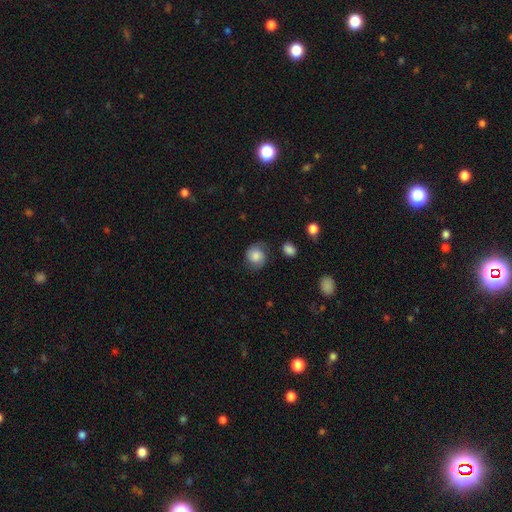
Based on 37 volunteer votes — Smooth or featured? 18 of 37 (49%) said featured or disk. Edge-on disk? 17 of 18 (94%) said no. Bar? 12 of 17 (71%) said no. Spiral arms? 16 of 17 (94%) said yes. Spiral winding? 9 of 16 (56%) said medium. Spiral arm count? 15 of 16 (94%) said 2. Bulge size? 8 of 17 (47%) said moderate. Merging? 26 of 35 (74%) said none.